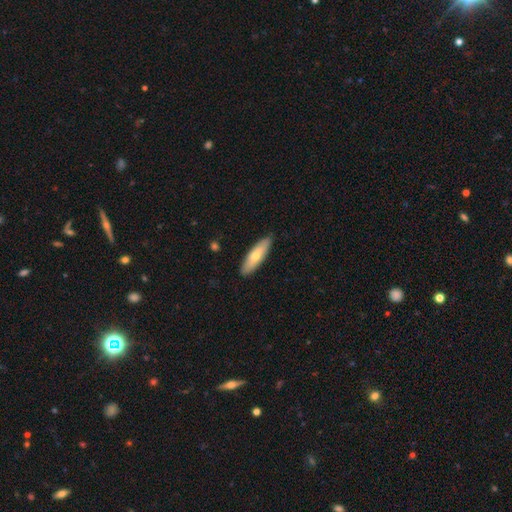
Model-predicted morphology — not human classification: Smooth or featured?
  - smooth: 66% *
  - featured or disk: 29%
  - star or artifact: 5%
How rounded?
  - cigar-shaped: 51% *
  - in between: 47%
  - round: 2%
Merging?
  - none: 86% *
  - minor disturbance: 11%
  - major disturbance: 2%
  - merger: 1%